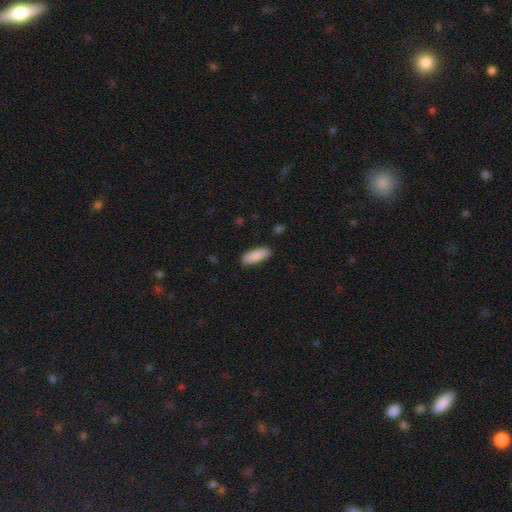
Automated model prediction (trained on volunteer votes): Smooth or featured? smooth (89%)
How rounded? in between (70%)
Merging? none (87%)